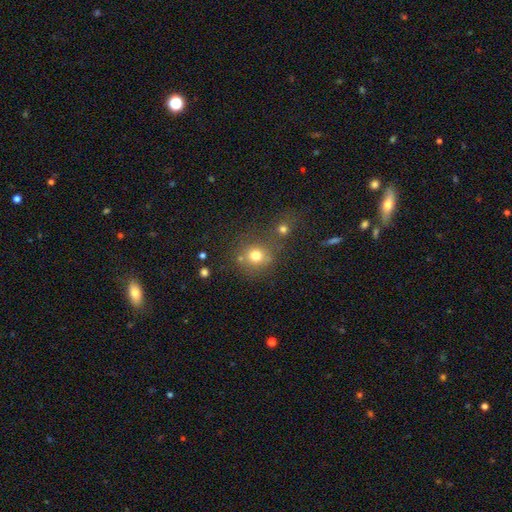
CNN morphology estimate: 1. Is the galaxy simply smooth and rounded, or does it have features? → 74% smooth, 16% star or artifact, 9% featured or disk.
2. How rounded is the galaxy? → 86% round, 13% in between, 1% cigar-shaped.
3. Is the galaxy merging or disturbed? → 66% none, 18% merger, 11% minor disturbance, 5% major disturbance.